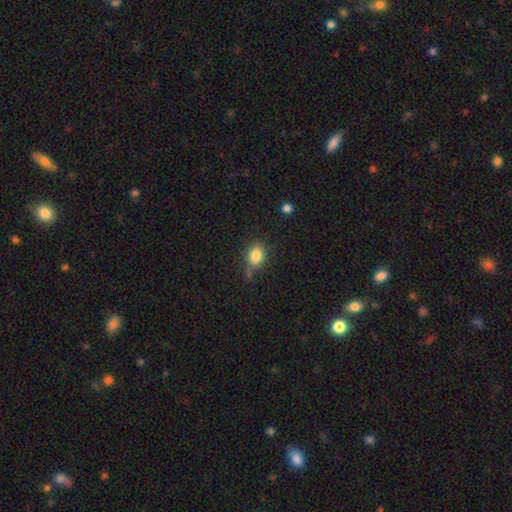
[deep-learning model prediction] Smooth or featured: smooth — 83% (star or artifact — 10%)
How rounded: in between — 62% (round — 36%)
Merging: none — 64% (minor disturbance — 23%)